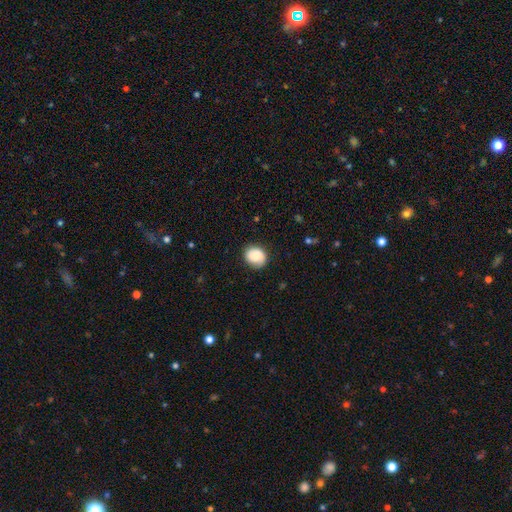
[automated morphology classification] A smooth galaxy with no disk features (73%) that is round (67%).

Vote fractions:
- Smooth or featured? smooth: 73% / featured or disk: 19% / star or artifact: 8%
- How rounded? round: 67% / in between: 32% / cigar-shaped: 1%
- Merging? none: 79% / minor disturbance: 16% / major disturbance: 4% / merger: 1%